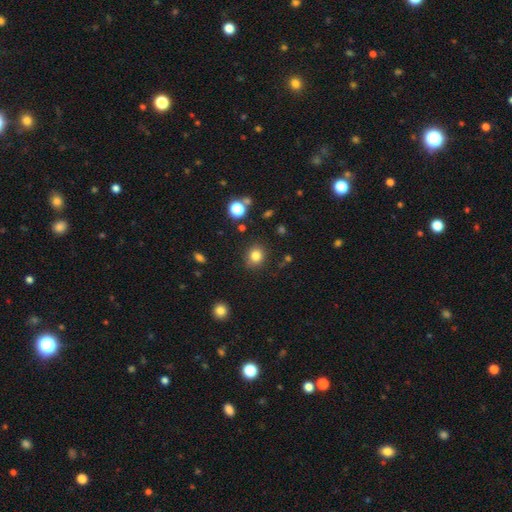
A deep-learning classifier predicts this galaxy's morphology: Q: Smooth or featured?
A: smooth (82%); runner-up: star or artifact (12%)
Q: How rounded?
A: round (75%); runner-up: in between (24%)
Q: Merging?
A: none (86%); runner-up: minor disturbance (9%)